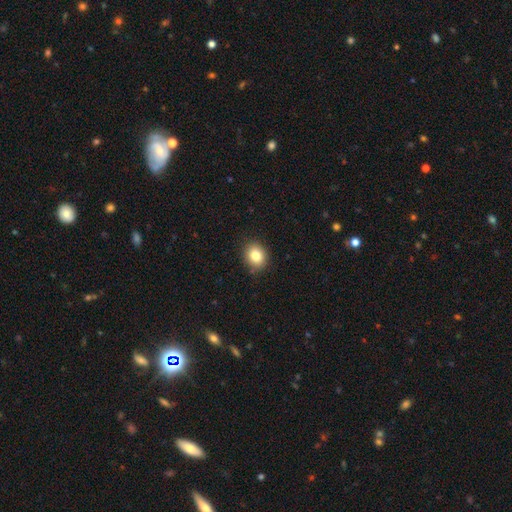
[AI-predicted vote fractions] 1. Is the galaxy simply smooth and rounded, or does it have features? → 83% smooth, 10% star or artifact, 7% featured or disk.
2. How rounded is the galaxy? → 59% round, 41% in between, 1% cigar-shaped.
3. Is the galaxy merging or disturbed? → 89% none, 8% minor disturbance, 2% major disturbance, 1% merger.